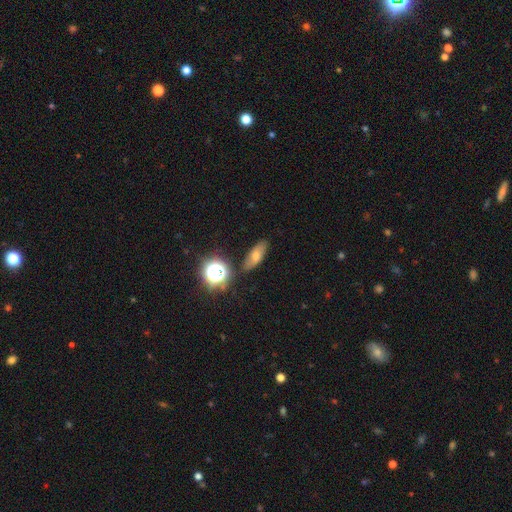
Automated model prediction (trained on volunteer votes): The model was most divided on "smooth or featured": smooth: 48%, star or artifact: 26%, featured or disk: 25%. More confident: merging — none (84%).